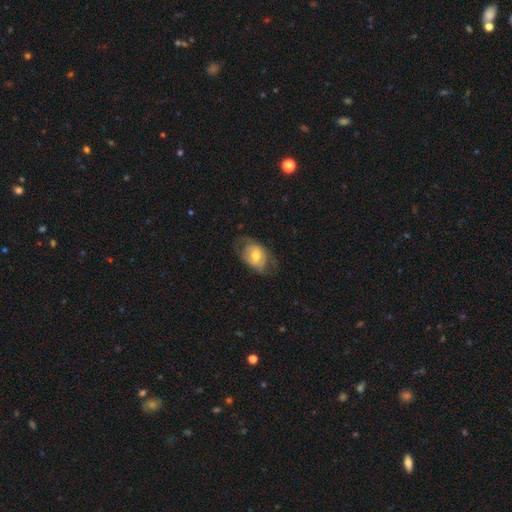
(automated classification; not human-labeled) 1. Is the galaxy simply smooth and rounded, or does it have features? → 47% featured or disk, 46% smooth, 7% star or artifact.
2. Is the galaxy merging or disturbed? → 52% none, 27% minor disturbance, 20% major disturbance, 1% merger.